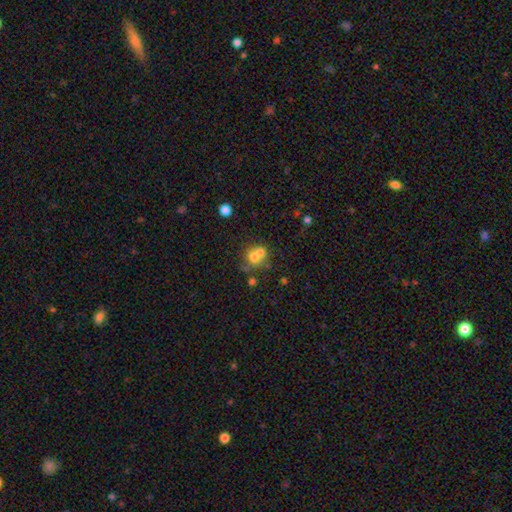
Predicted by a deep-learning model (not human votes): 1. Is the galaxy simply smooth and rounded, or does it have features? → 65% smooth, 21% featured or disk, 14% star or artifact.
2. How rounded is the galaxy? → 74% round, 25% in between, 1% cigar-shaped.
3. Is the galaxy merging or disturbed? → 55% merger, 33% none, 8% minor disturbance, 4% major disturbance.